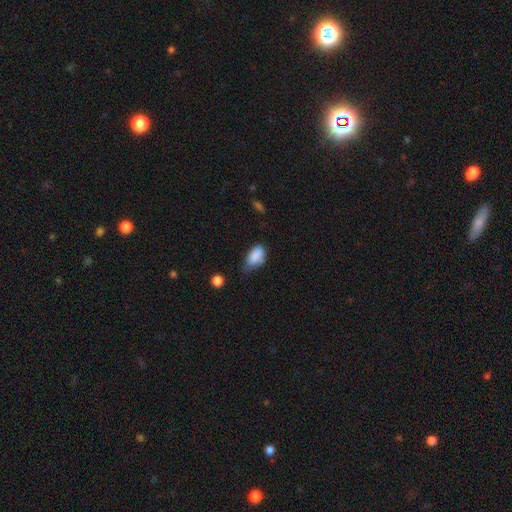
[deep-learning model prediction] smooth 85%, star or artifact 8%, featured or disk 7%. Down the decision tree: how rounded — in between (91%); merging — minor disturbance (49%).